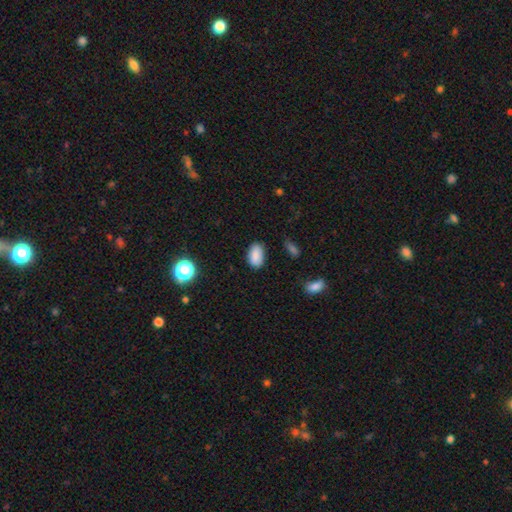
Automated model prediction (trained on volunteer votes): smooth_or_featured: smooth (p=0.85) [alt: star or artifact p=0.09]
how_rounded: in between (p=0.92) [alt: round p=0.07]
merging: none (p=0.81) [alt: minor disturbance p=0.14]